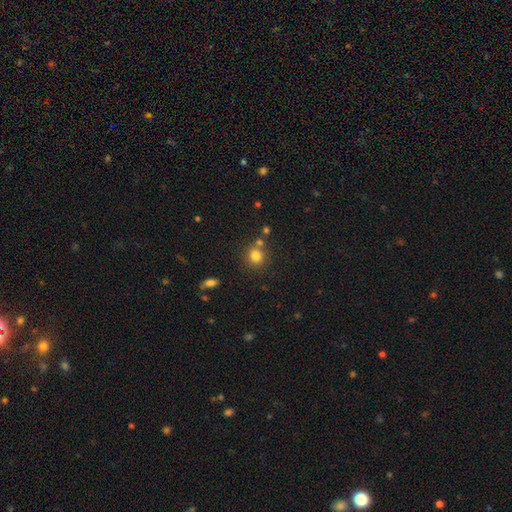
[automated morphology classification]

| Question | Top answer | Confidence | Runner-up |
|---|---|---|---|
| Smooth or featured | smooth | 79% | star or artifact (13%) |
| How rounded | round | 87% | in between (12%) |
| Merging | none | 70% | merger (17%) |